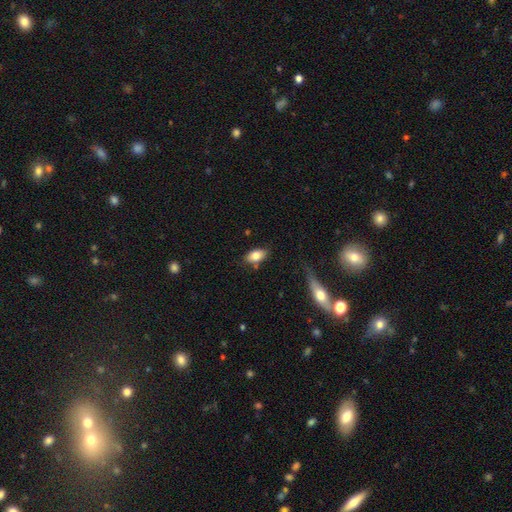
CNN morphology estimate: This is clearly a smooth galaxy (81%). How rounded: clearly in between (91%). Merging: likely none (76%).